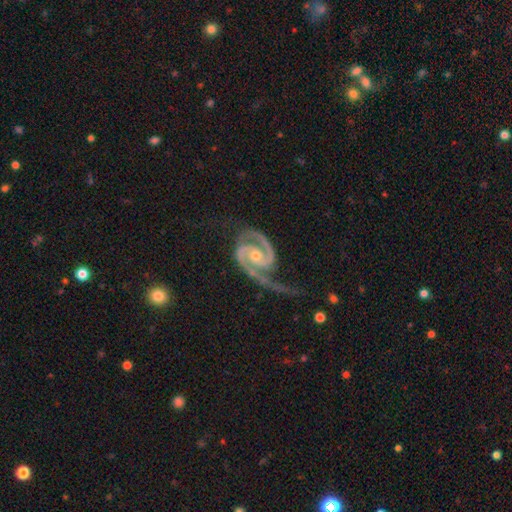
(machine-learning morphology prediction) This appears to be a featured or disk galaxy (94%) with no bar (57%), 2 (93%) medium (53%) spiral arms (99%) and a small central bulge (51%). Merging: none (56%).